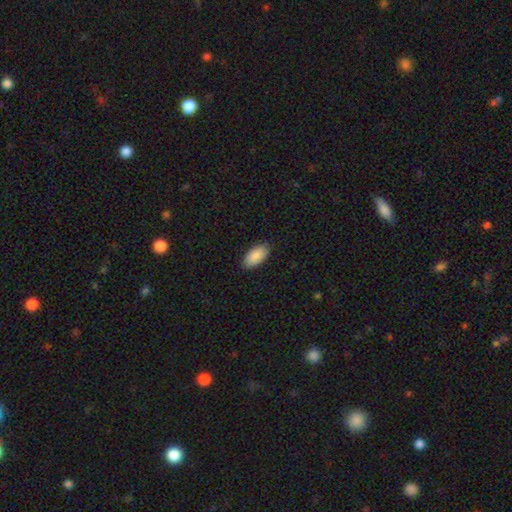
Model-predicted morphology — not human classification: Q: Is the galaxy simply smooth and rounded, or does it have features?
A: smooth — 90%.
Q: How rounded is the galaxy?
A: in between — 95%.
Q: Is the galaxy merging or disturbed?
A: none — 88%.